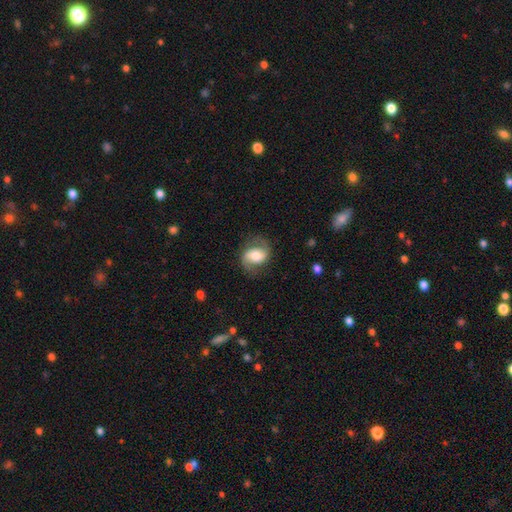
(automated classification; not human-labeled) This appears to be a featured or disk galaxy (64%) with no bar (40%), 2 (88%) medium (43%) spiral arms (88%) and a moderate central bulge (60%). Merging: none (72%).